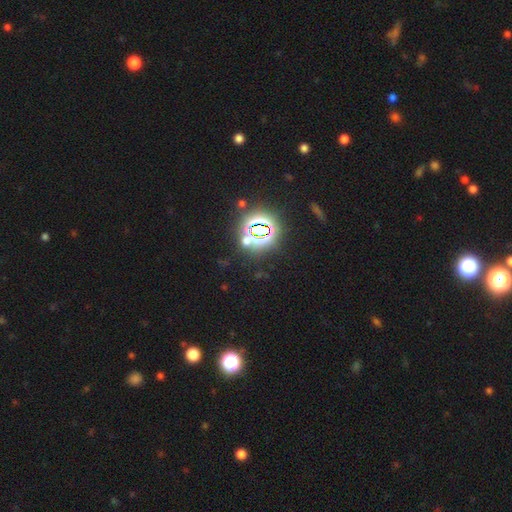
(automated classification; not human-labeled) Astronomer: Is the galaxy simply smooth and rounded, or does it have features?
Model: star or artifact — 82%.